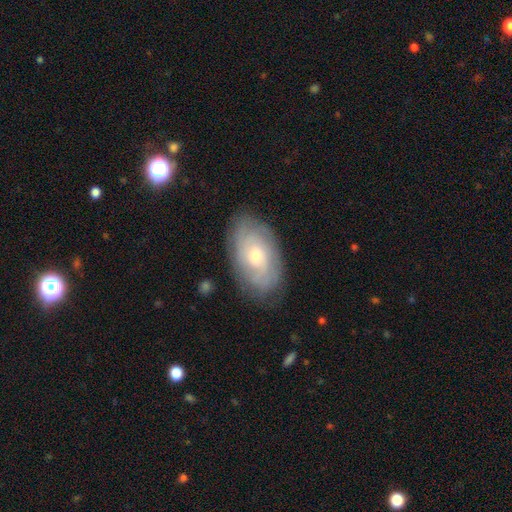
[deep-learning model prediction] Smooth or featured? featured or disk (60%)
Edge-on disk? no (93%)
Bar? no (76%)
Spiral arms? yes (76%)
Bulge size? small (53%)
Merging? none (79%)